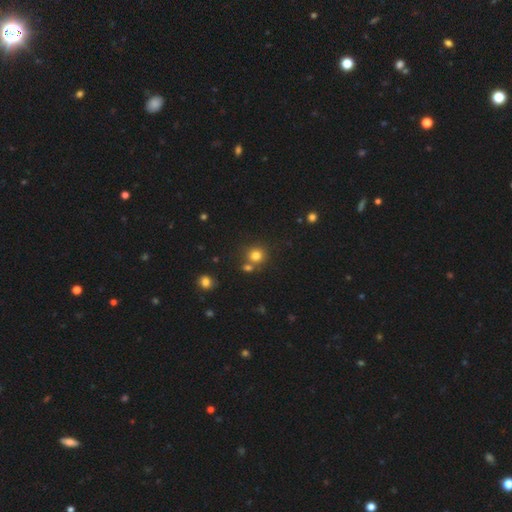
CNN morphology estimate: smooth_or_featured: smooth (p=0.79) [alt: star or artifact p=0.14]
how_rounded: round (p=0.89) [alt: in between p=0.10]
merging: none (p=0.69) [alt: merger p=0.20]